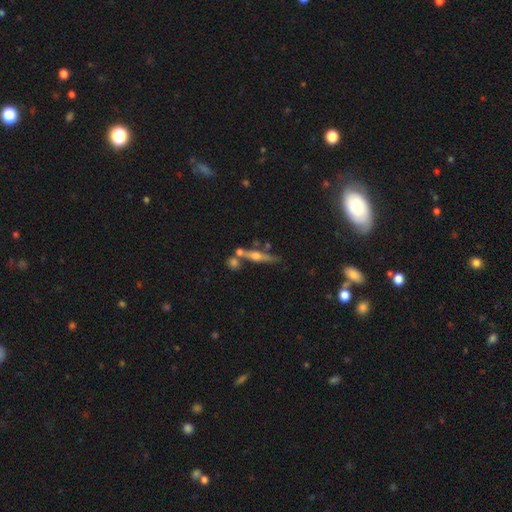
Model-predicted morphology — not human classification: Smooth or featured? Predicted: featured or disk (p=0.62). Edge-on disk? Predicted: yes (p=0.91). Edge-on bulge? Predicted: rounded (p=0.89). Merging? Predicted: none (p=0.61).